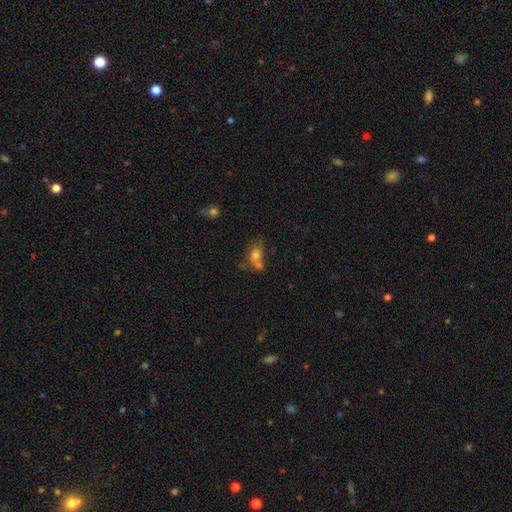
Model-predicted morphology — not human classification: Q: Smooth or featured?
A: smooth (66%); runner-up: featured or disk (18%)
Q: How rounded?
A: in between (57%); runner-up: round (40%)
Q: Merging?
A: merger (44%); runner-up: none (36%)